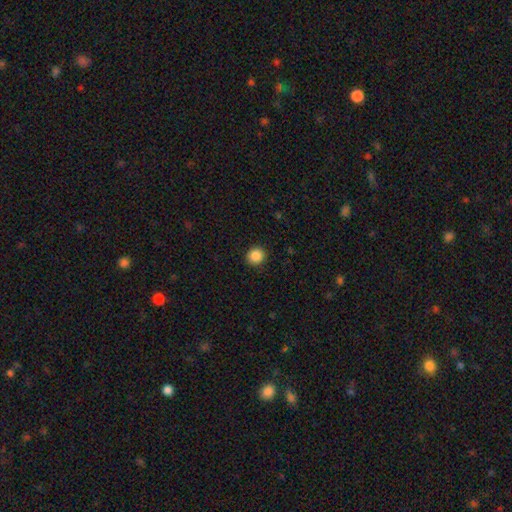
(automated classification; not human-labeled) Smooth or featured?
  - smooth: 87% *
  - star or artifact: 10%
  - featured or disk: 3%
How rounded?
  - round: 90% *
  - in between: 10%
  - cigar-shaped: 1%
Merging?
  - none: 92% *
  - minor disturbance: 6%
  - major disturbance: 2%
  - merger: 1%